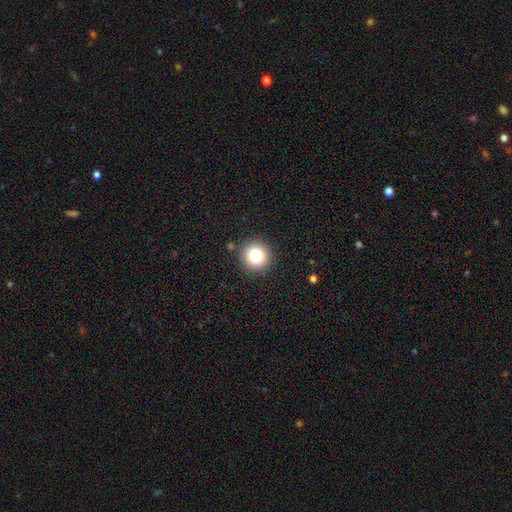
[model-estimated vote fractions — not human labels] Overall: smooth (81%). How rounded: round (93%). Merging: none (90%).